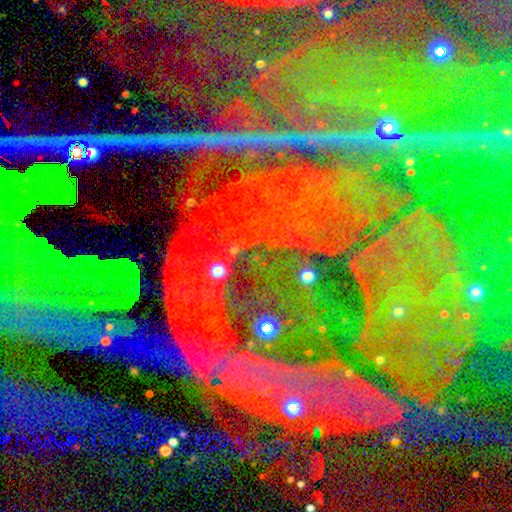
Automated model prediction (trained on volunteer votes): smooth_or_featured: star or artifact (p=0.87) [alt: featured or disk p=0.07]